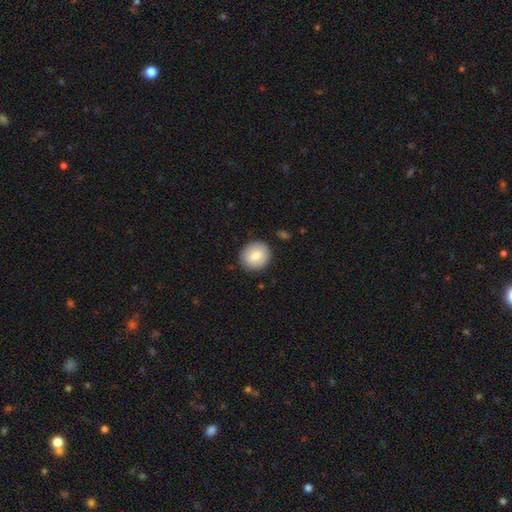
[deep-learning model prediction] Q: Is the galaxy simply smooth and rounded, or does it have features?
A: smooth — 79%.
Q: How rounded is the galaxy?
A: round — 86%.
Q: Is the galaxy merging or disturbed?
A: none — 88%.